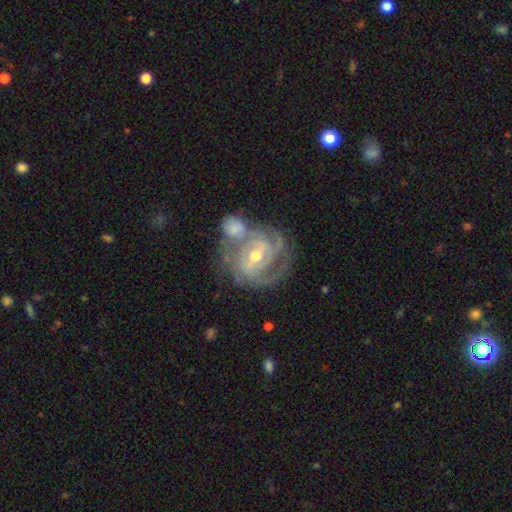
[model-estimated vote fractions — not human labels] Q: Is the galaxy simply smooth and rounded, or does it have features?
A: featured or disk — 87%.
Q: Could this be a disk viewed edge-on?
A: no — 97%.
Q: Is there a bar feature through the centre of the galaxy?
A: weak — 43%.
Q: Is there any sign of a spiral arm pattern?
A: yes — 93%.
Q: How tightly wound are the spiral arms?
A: tight — 64%.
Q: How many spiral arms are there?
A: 2 — 31%.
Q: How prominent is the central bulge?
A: moderate — 68%.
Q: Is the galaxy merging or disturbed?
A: none — 43%.